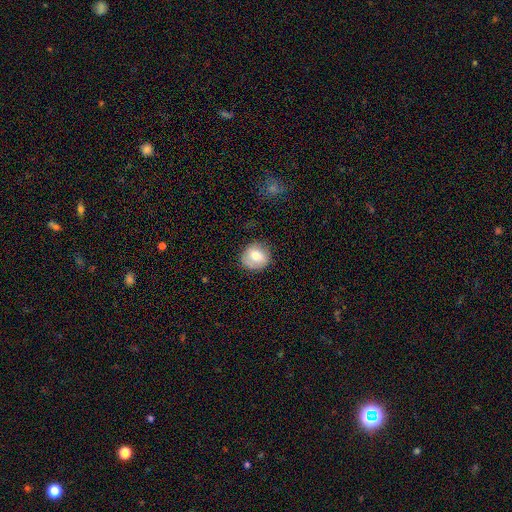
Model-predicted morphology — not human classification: smooth 71%, featured or disk 21%, star or artifact 8%. Down the decision tree: how rounded — round (83%); merging — none (76%).